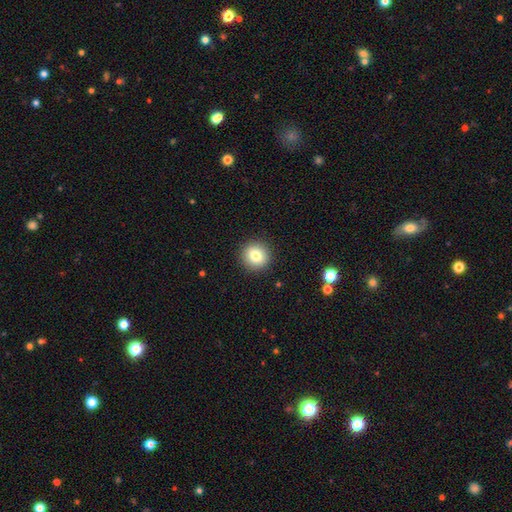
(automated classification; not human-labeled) smooth_or_featured: smooth (p=0.80) [alt: star or artifact p=0.10]
how_rounded: round (p=0.92) [alt: in between p=0.07]
merging: none (p=0.92) [alt: minor disturbance p=0.05]